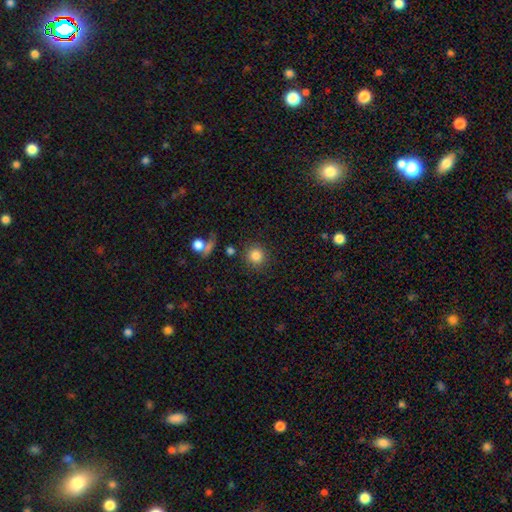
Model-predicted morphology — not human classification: The model was most divided on "smooth or featured": smooth: 83%, star or artifact: 10%, featured or disk: 7%. More confident: how rounded — round (92%); merging — none (84%).